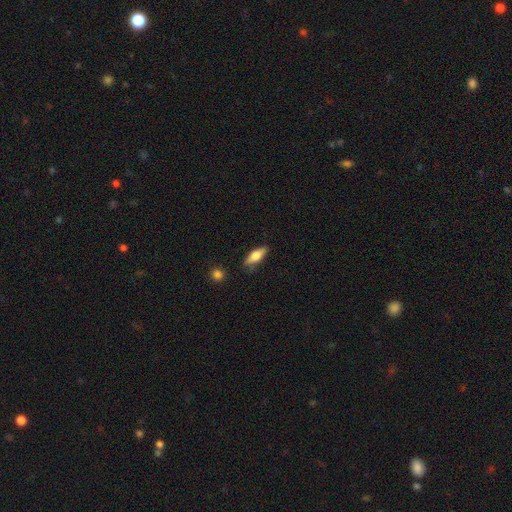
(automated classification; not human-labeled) Morphology: type=smooth (61%); roundness=in between (57%); merging=none (79%).